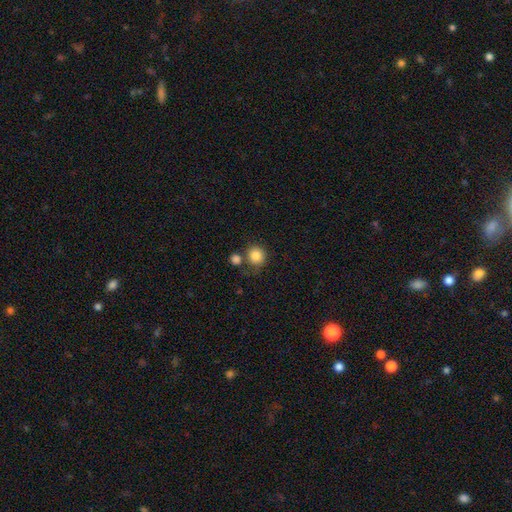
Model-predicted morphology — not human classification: Smooth or featured? Predicted: smooth (p=0.85). How rounded? Predicted: round (p=0.87). Merging? Predicted: none (p=0.62).